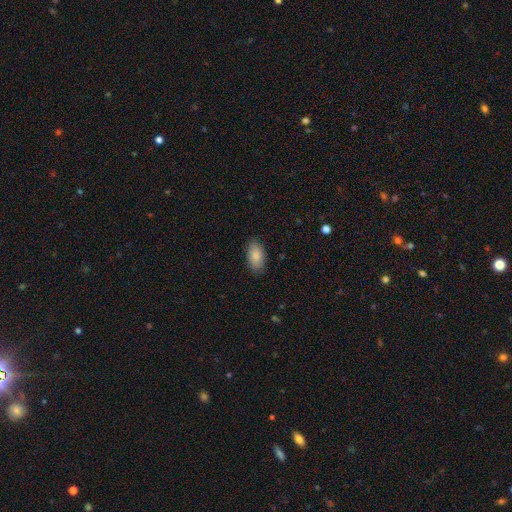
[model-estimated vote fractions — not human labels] This is clearly a smooth galaxy (87%). How rounded: clearly in between (94%). Merging: clearly none (85%).